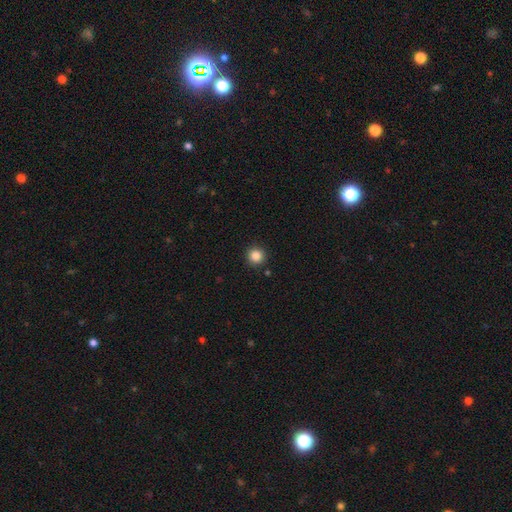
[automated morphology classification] Smooth or featured? Predicted: smooth (p=0.86). How rounded? Predicted: round (p=0.95). Merging? Predicted: none (p=0.91).